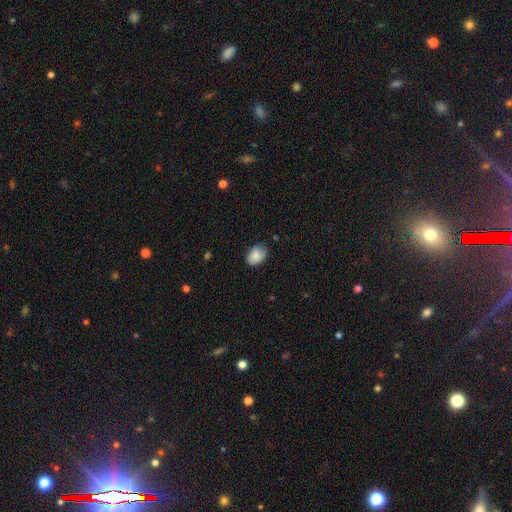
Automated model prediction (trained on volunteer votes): The model was most divided on "merging": none: 67%, minor disturbance: 27%, major disturbance: 5%, merger: 1%. More confident: smooth or featured — smooth (84%); how rounded — in between (79%).